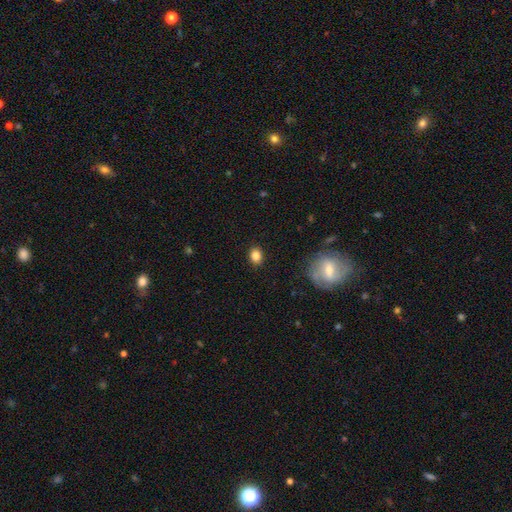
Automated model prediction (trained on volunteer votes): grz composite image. It shows a smooth galaxy with no disk features (85%) that is in between round and cigar-shaped (54%). Merging: none (89%).